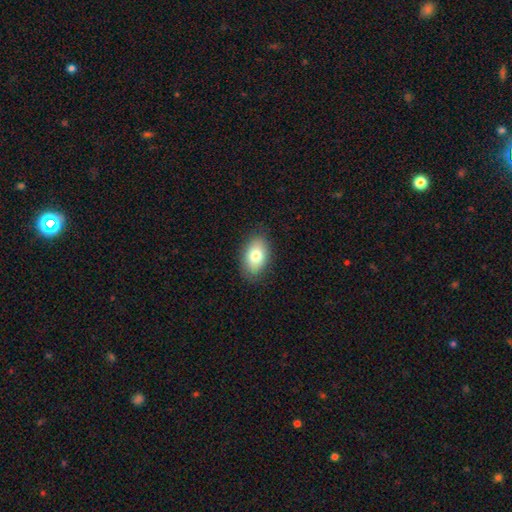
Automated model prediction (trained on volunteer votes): The model was most divided on "smooth or featured": smooth: 77%, featured or disk: 15%, star or artifact: 8%. More confident: how rounded — in between (88%); merging — none (86%).